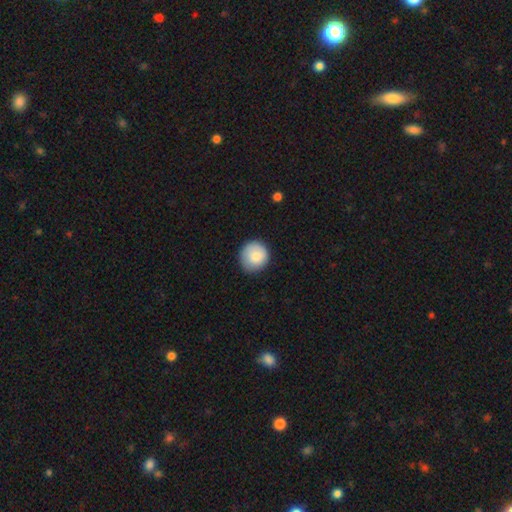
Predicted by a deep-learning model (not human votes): A smooth galaxy with no disk features (84%) that is round (92%). Merging: none (84%).